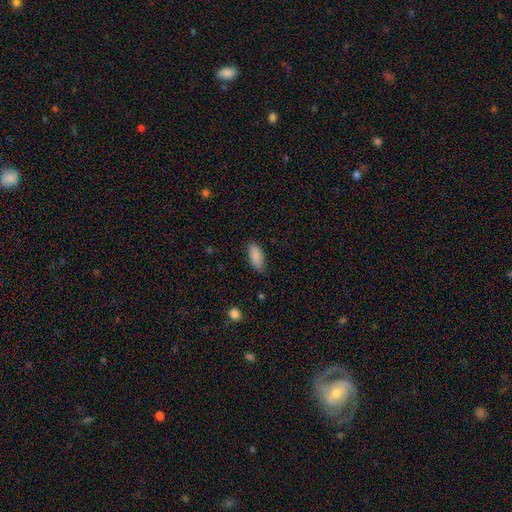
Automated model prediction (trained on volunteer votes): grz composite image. It shows a smooth galaxy with no disk features (87%) that is in between round and cigar-shaped (84%). Merging: none (78%).